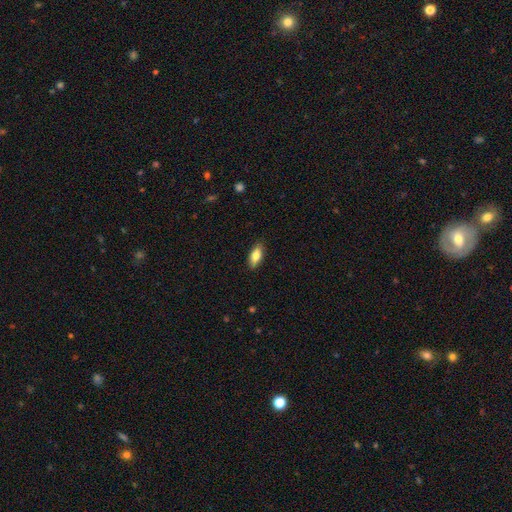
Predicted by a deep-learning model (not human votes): Smooth or featured? smooth (79%)
How rounded? in between (81%)
Merging? none (88%)